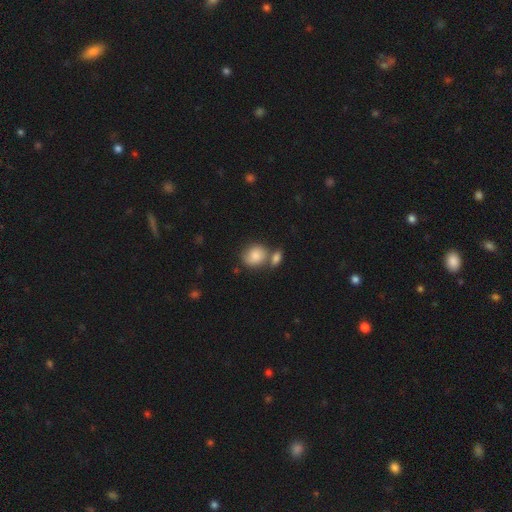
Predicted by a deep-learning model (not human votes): A smooth galaxy with no disk features (82%) that is round (58%). Merging: none (46%).